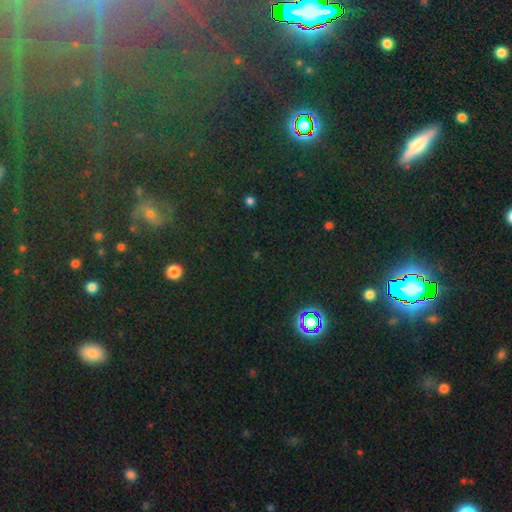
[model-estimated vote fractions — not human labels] A star or artifact, not a galaxy (70%).